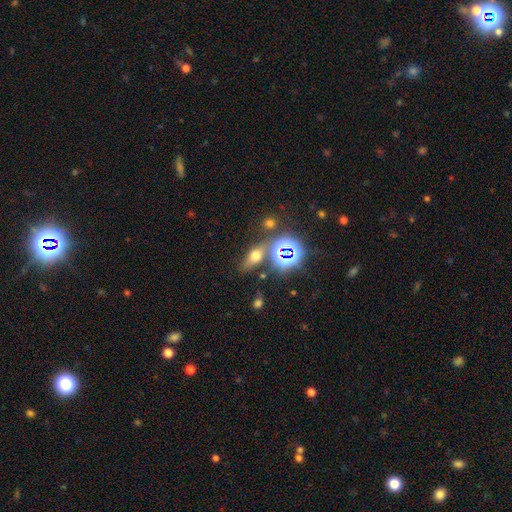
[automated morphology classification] A smooth galaxy with no disk features (51%) that is in between round and cigar-shaped (62%). Merging: none (68%).